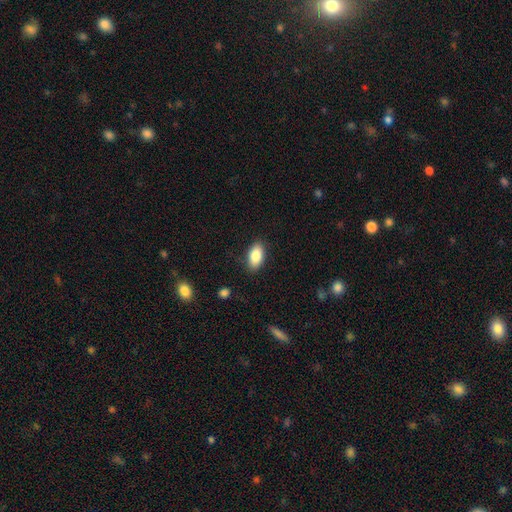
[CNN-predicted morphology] smooth 85%, featured or disk 8%, star or artifact 7%. Down the decision tree: how rounded — in between (92%); merging — none (86%).